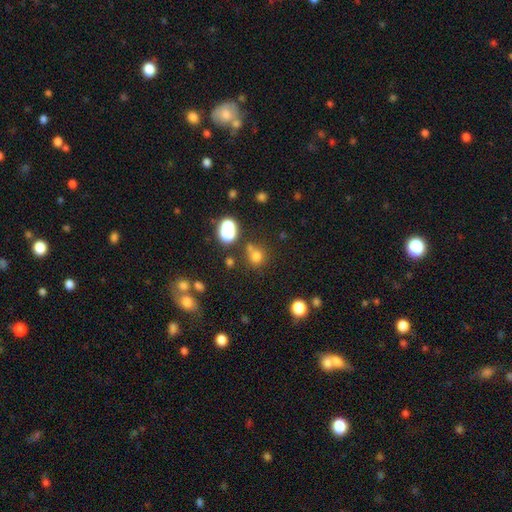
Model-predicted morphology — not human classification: A smooth galaxy with no disk features (70%) that is round (83%).

Vote fractions:
- Smooth or featured? smooth: 70% / star or artifact: 22% / featured or disk: 8%
- How rounded? round: 83% / in between: 16% / cigar-shaped: 1%
- Merging? none: 63% / merger: 19% / minor disturbance: 12% / major disturbance: 5%